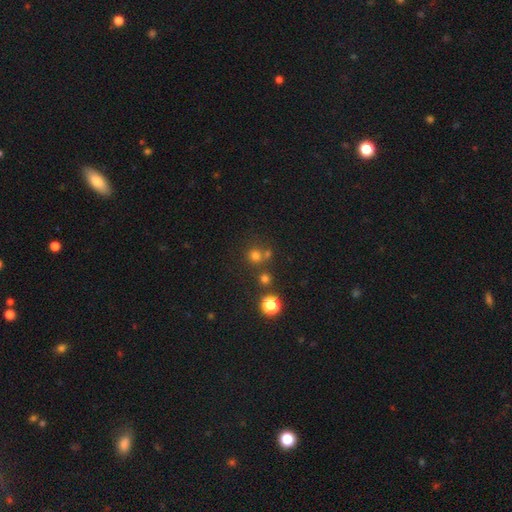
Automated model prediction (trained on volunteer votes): Q: Smooth or featured?
A: smooth (55%); runner-up: star or artifact (35%)
Q: How rounded?
A: round (90%); runner-up: in between (9%)
Q: Merging?
A: none (64%); runner-up: merger (25%)